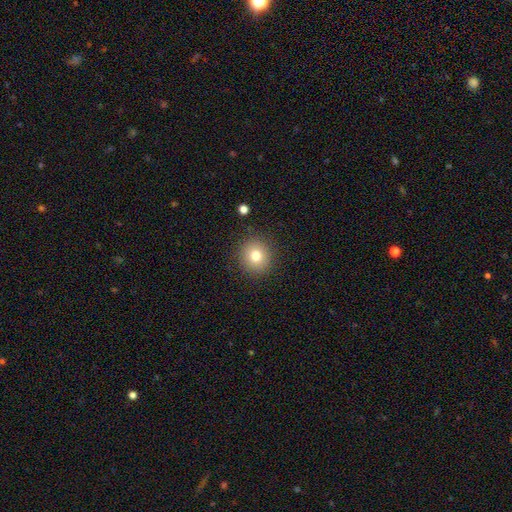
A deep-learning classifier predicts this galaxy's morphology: Smooth or featured?
  - smooth: 77% *
  - star or artifact: 12%
  - featured or disk: 10%
How rounded?
  - round: 87% *
  - in between: 12%
  - cigar-shaped: 1%
Merging?
  - none: 88% *
  - minor disturbance: 8%
  - major disturbance: 3%
  - merger: 1%